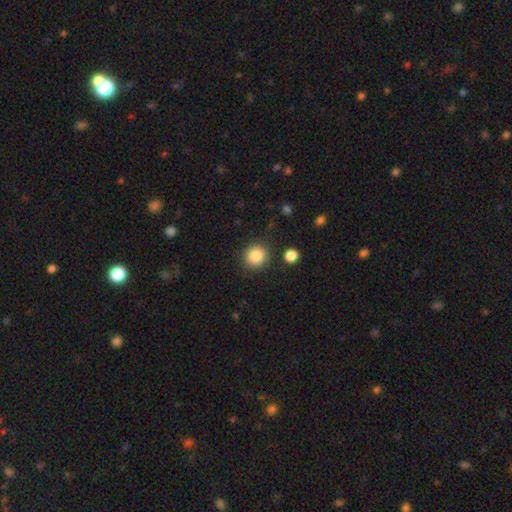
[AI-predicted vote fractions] Smooth or featured: smooth — 87% (star or artifact — 9%)
How rounded: round — 87% (in between — 12%)
Merging: none — 86% (minor disturbance — 8%)